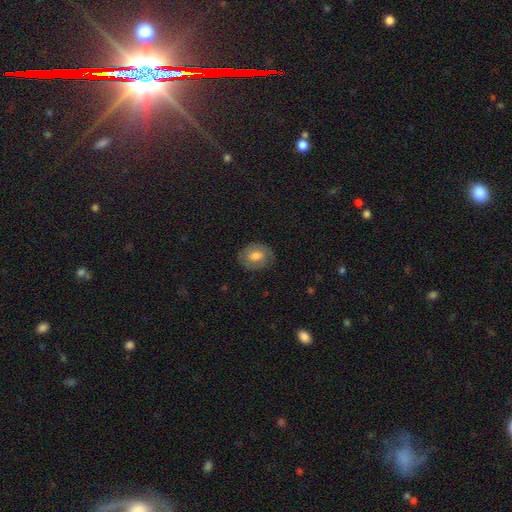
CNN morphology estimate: Smooth or featured: smooth — 57% (featured or disk — 35%)
How rounded: in between — 52% (round — 47%)
Merging: none — 78% (minor disturbance — 16%)